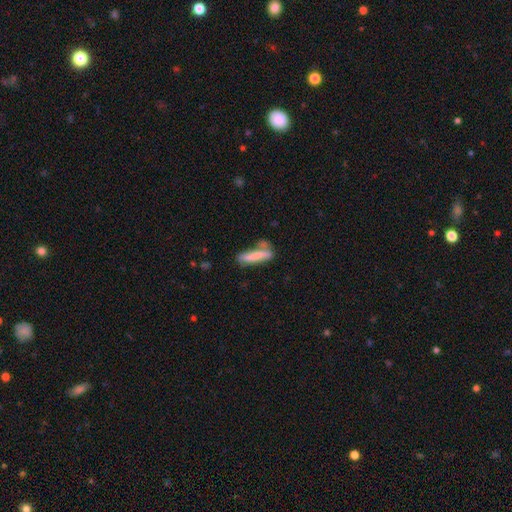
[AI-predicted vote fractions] Smooth or featured? smooth (72%)
How rounded? cigar-shaped (80%)
Merging? none (52%)